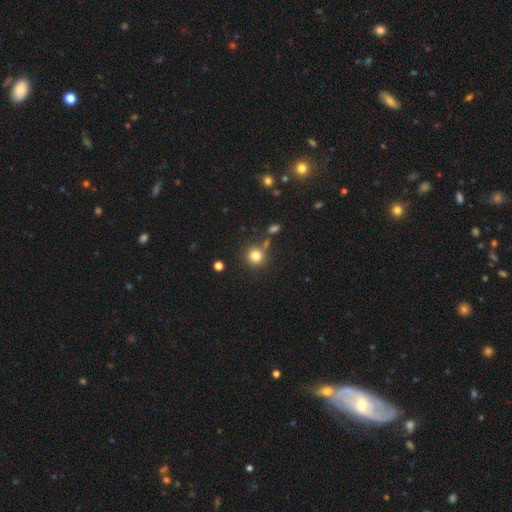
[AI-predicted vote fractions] smooth-or-featured: smooth: 80% | star or artifact: 13% | featured or disk: 7%
  how-rounded: round: 92% | in between: 8% | cigar-shaped: 1%
  merging: none: 75% | minor disturbance: 11% | merger: 10% | major disturbance: 4%